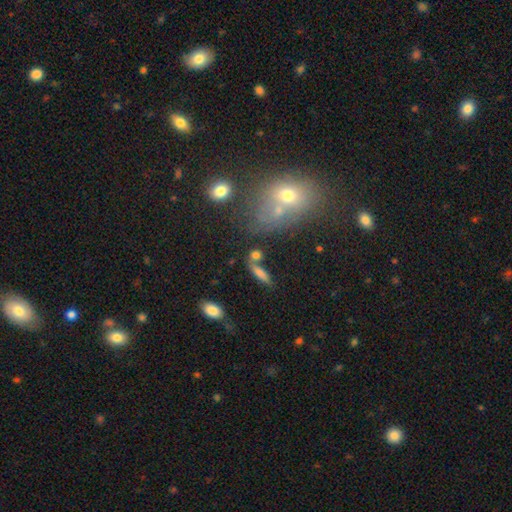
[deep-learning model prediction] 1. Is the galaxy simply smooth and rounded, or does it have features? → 69% smooth, 19% featured or disk, 13% star or artifact.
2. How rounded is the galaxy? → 46% in between, 40% cigar-shaped, 14% round.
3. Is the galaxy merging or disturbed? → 51% none, 27% merger, 14% minor disturbance, 8% major disturbance.